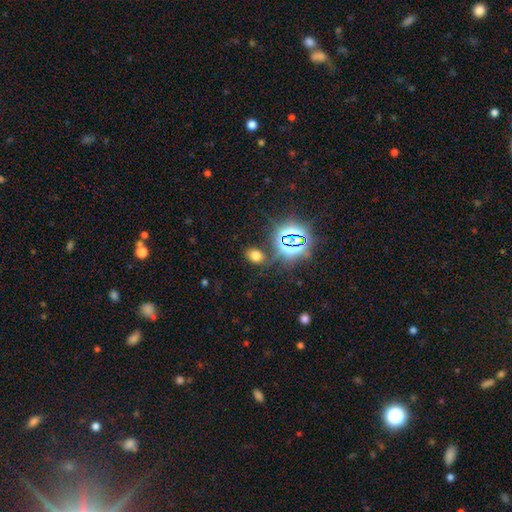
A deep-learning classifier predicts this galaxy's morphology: This appears to be a smooth galaxy with no disk features (62%) that is in between round and cigar-shaped (69%). Merging: none (82%).